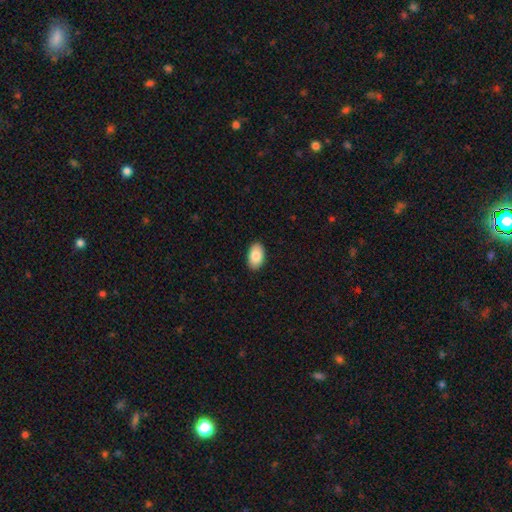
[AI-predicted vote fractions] smooth 87%, featured or disk 7%, star or artifact 6%. Down the decision tree: how rounded — in between (94%); merging — none (90%).